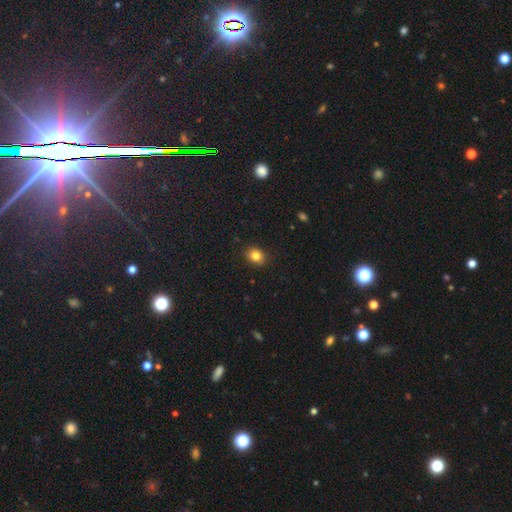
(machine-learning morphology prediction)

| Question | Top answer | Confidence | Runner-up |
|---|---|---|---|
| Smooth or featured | smooth | 83% | star or artifact (11%) |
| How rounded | round | 53% | in between (46%) |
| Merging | none | 87% | minor disturbance (10%) |